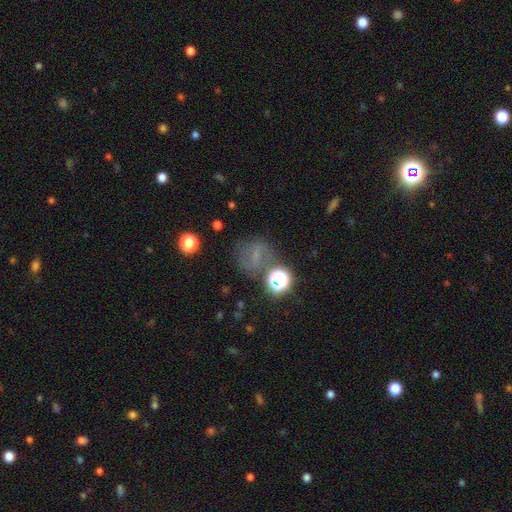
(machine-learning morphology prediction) Overall: star or artifact (37%; smooth 35%).